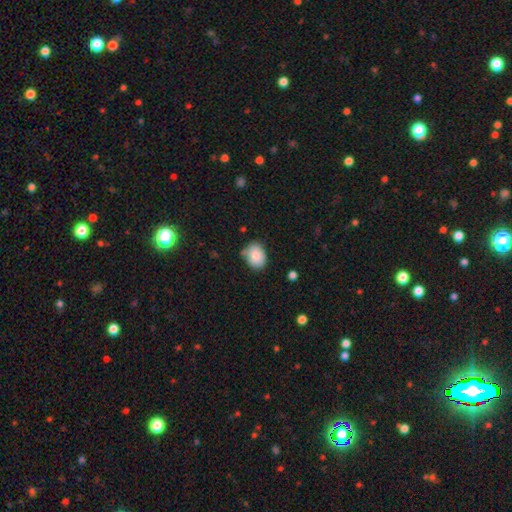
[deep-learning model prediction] Smooth or featured? Predicted: smooth (p=0.86). How rounded? Predicted: in between (p=0.61). Merging? Predicted: none (p=0.67).